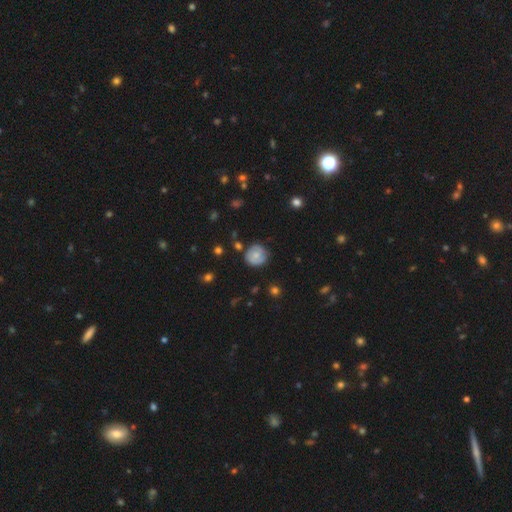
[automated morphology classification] Smooth or featured?
  - smooth: 58% *
  - featured or disk: 33%
  - star or artifact: 8%
How rounded?
  - round: 87% *
  - in between: 12%
  - cigar-shaped: 1%
Merging?
  - none: 71% *
  - minor disturbance: 21%
  - major disturbance: 5%
  - merger: 2%